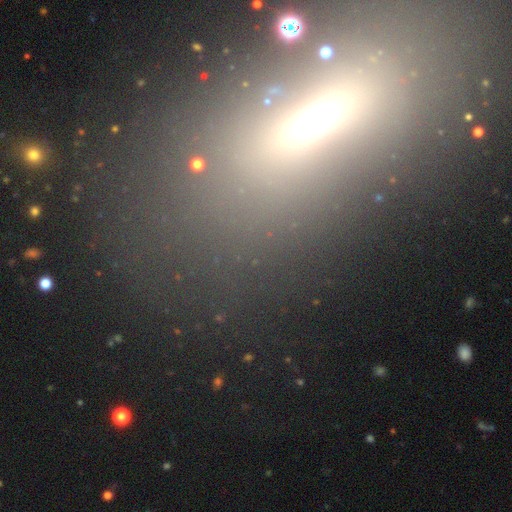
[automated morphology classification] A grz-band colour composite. It shows a smooth galaxy with no disk features (39%). Merging: none (76%).